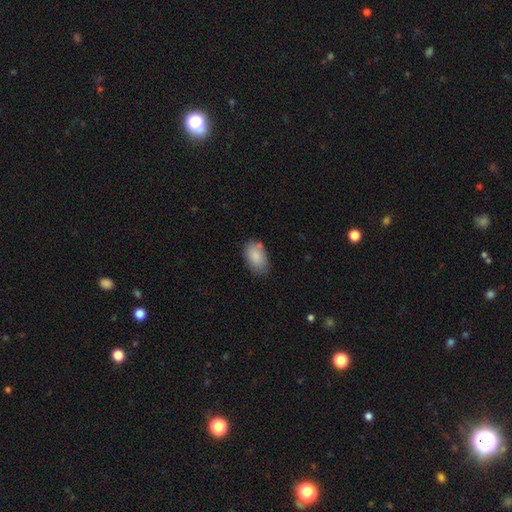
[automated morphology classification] type=smooth (87%); roundness=in between (93%); merging=none (72%).